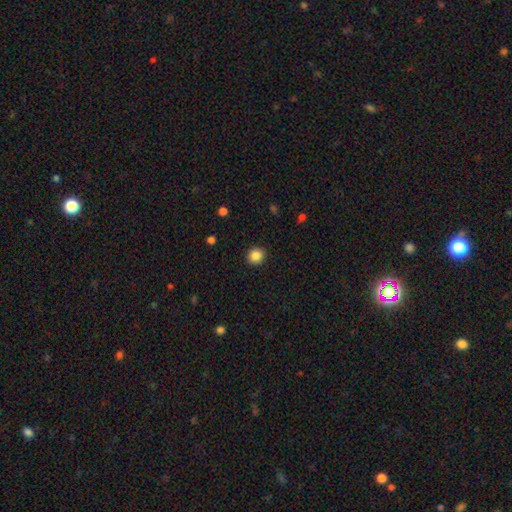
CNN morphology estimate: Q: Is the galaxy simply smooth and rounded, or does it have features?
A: smooth — 85%.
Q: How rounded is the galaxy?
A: round — 88%.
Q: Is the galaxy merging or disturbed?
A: none — 92%.